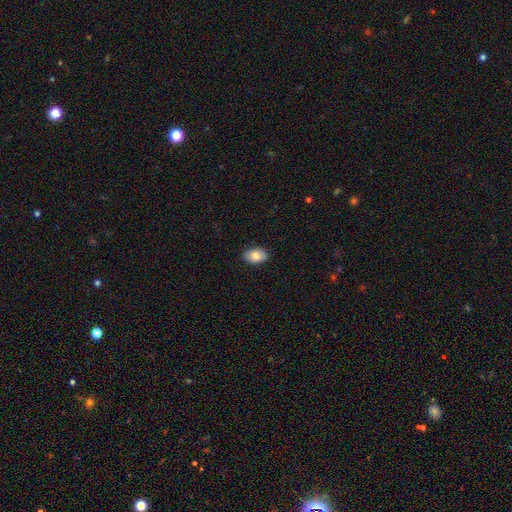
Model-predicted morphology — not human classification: Smooth or featured: smooth — 81% (featured or disk — 12%)
How rounded: in between — 87% (round — 11%)
Merging: none — 89% (minor disturbance — 9%)